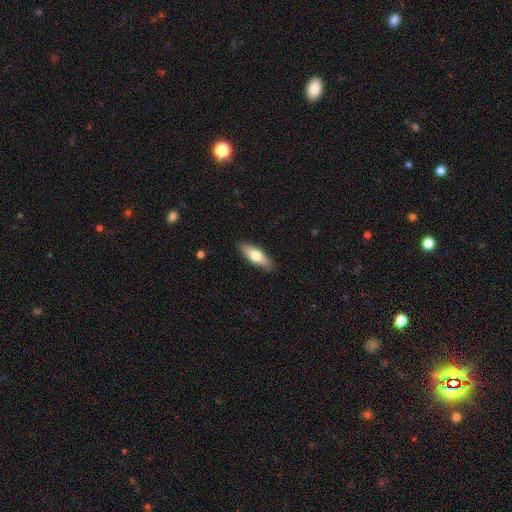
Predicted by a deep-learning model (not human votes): This is likely a smooth galaxy (64%). How rounded: likely in between (63%). Merging: clearly none (87%).